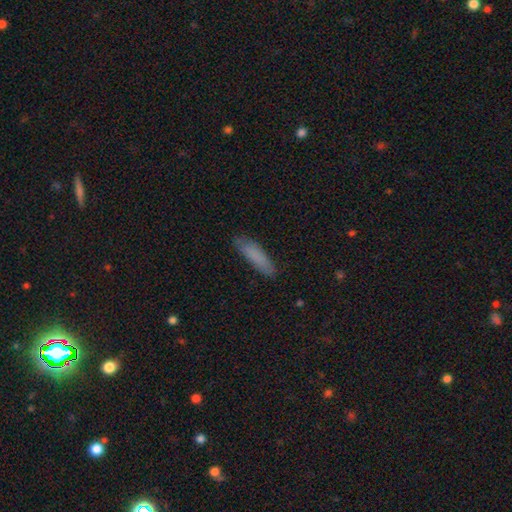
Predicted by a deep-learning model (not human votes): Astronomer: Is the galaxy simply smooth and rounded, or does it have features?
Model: smooth — 82%.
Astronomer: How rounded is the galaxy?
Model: cigar-shaped — 74%.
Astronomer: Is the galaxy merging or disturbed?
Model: none — 83%.